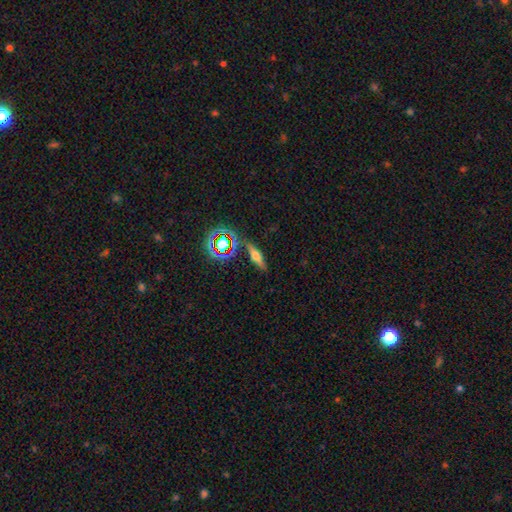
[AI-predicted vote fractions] Smooth or featured? featured or disk (43%)
Merging? none (80%)